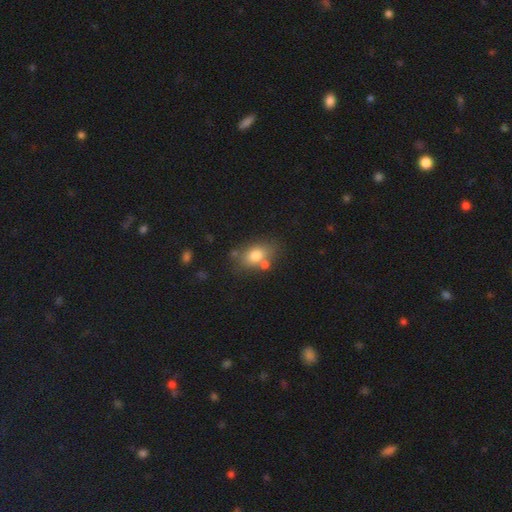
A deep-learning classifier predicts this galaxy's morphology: Overall: smooth (76%). How rounded: in between (73%). Merging: none (62%).